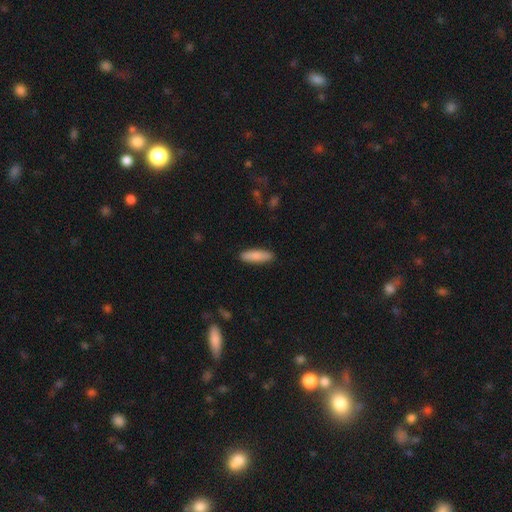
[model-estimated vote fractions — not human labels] A smooth galaxy with no disk features (85%) that is cigar-shaped (62%).

Vote fractions:
- Smooth or featured? smooth: 85% / featured or disk: 9% / star or artifact: 5%
- How rounded? cigar-shaped: 62% / in between: 36% / round: 1%
- Merging? none: 89% / minor disturbance: 8% / major disturbance: 2% / merger: 1%